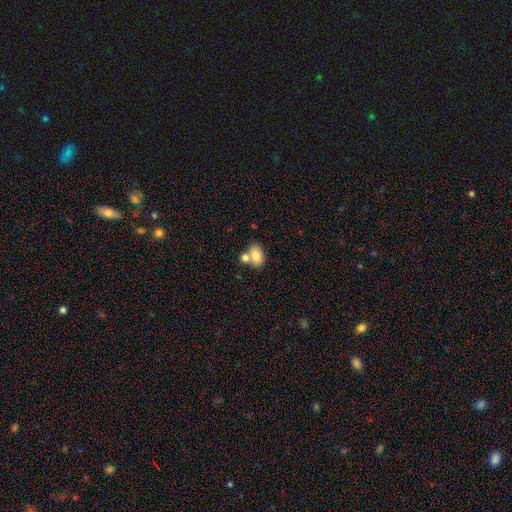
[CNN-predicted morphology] smooth_or_featured: smooth (p=0.79) [alt: featured or disk p=0.13]
how_rounded: in between (p=0.82) [alt: round p=0.16]
merging: none (p=0.44) [alt: merger p=0.41]